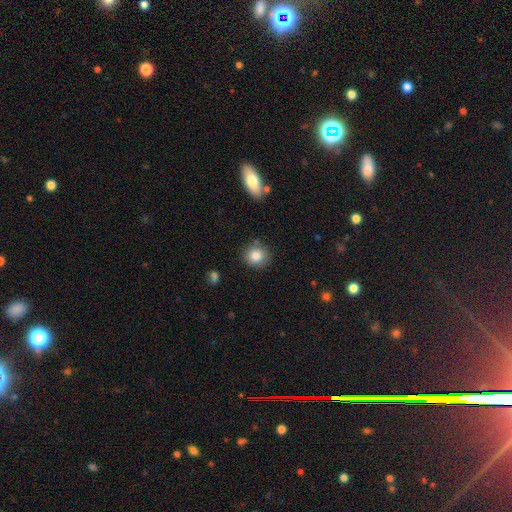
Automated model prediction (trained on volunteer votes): smooth 85%, star or artifact 9%, featured or disk 6%. Down the decision tree: how rounded — round (87%); merging — none (81%).